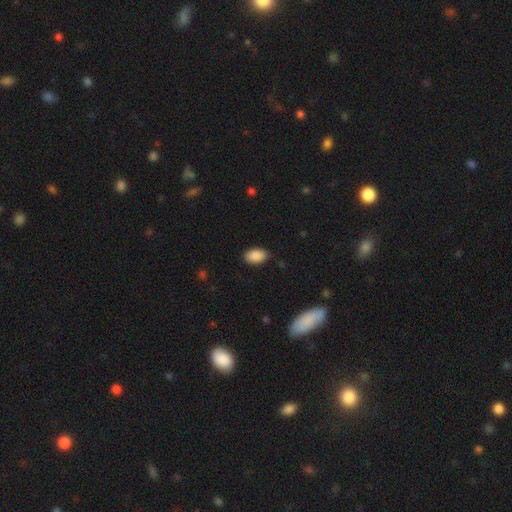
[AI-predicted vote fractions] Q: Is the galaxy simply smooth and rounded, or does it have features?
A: smooth — 90%.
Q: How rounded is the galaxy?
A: in between — 93%.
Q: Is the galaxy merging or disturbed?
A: none — 85%.